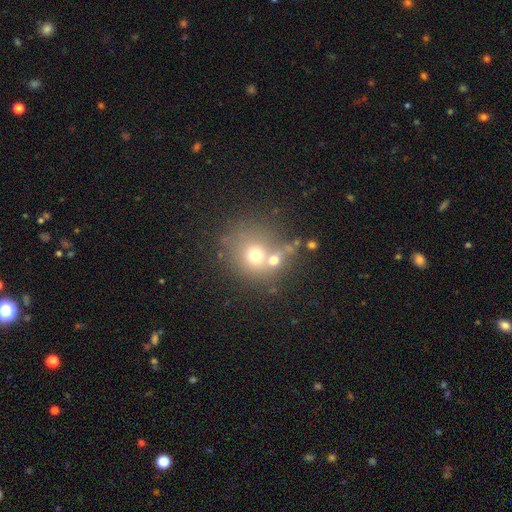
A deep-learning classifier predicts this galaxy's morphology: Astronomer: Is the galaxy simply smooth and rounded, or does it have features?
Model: smooth — 64%.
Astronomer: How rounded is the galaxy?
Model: round — 83%.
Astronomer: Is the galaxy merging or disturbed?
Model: none — 47% (runner-up: merger, 38%).